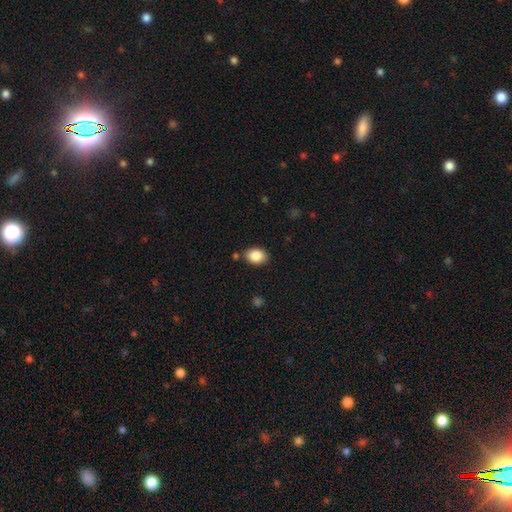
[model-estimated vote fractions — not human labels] Overall: smooth (87%). How rounded: in between (74%). Merging: none (83%).